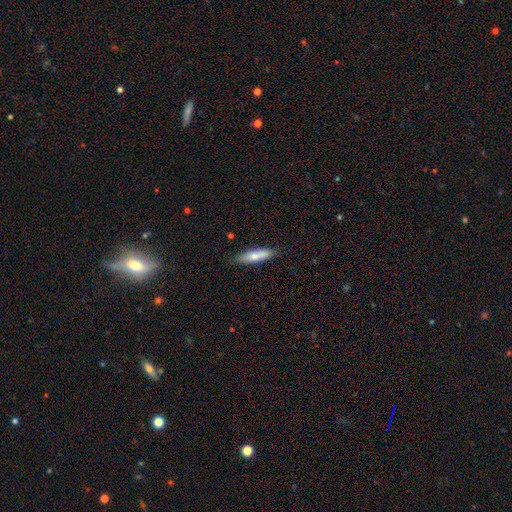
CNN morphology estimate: Smooth or featured: smooth — 70% (featured or disk — 24%)
How rounded: cigar-shaped — 66% (in between — 32%)
Merging: none — 84% (minor disturbance — 13%)